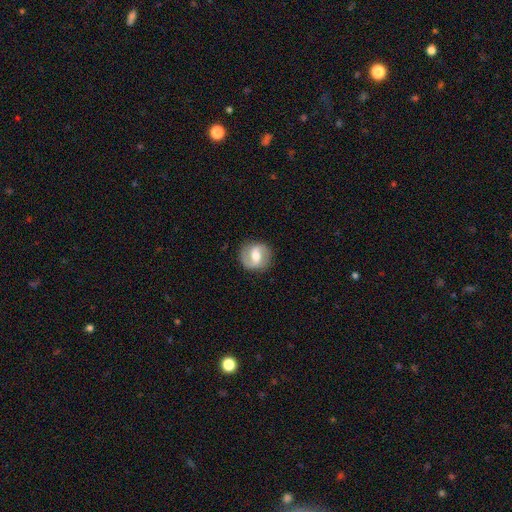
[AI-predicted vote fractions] smooth_or_featured: featured or disk (p=0.76) [alt: smooth p=0.19]
disk_edge_on: no (p=0.97) [alt: yes p=0.03]
bar: weak (p=0.46) [alt: strong p=0.35]
has_spiral_arms: yes (p=0.88) [alt: no p=0.12]
spiral_winding: medium (p=0.49) [alt: loose p=0.27]
spiral_arm_count: 2 (p=0.90) [alt: can't tell p=0.04]
bulge_size: moderate (p=0.69) [alt: small p=0.17]
merging: none (p=0.86) [alt: minor disturbance p=0.09]